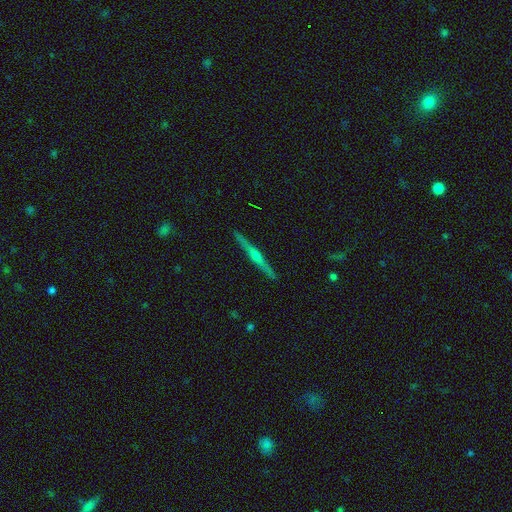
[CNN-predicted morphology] smooth_or_featured: featured or disk (p=0.82) [alt: smooth p=0.12]
disk_edge_on: yes (p=0.98) [alt: no p=0.02]
edge_on_bulge: rounded (p=0.89) [alt: none p=0.07]
merging: none (p=0.92) [alt: minor disturbance p=0.06]